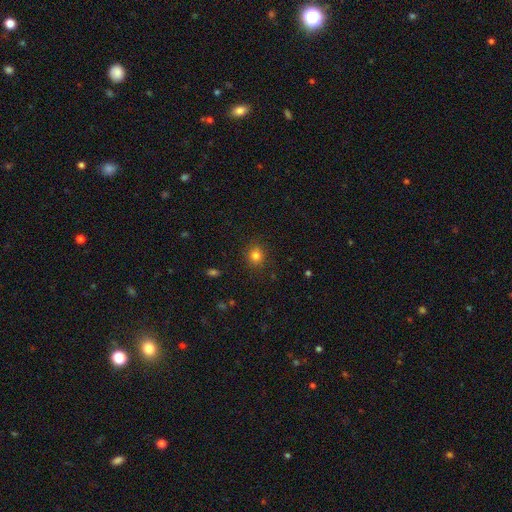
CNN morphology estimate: type=smooth (81%); roundness=round (83%); merging=none (89%).